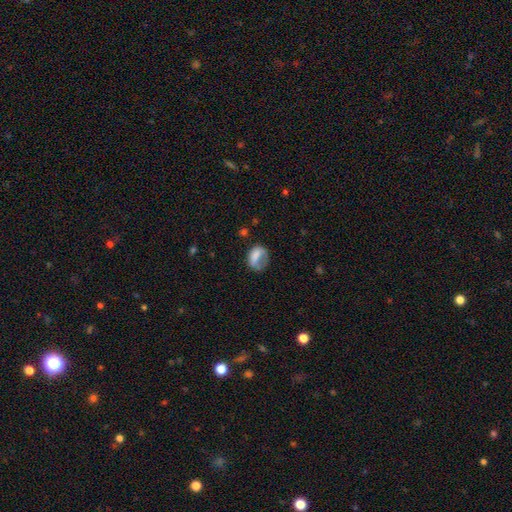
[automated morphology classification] Smooth or featured: smooth — 70% (featured or disk — 21%)
How rounded: in between — 62% (round — 36%)
Merging: major disturbance — 35% (tied with none — 35%)